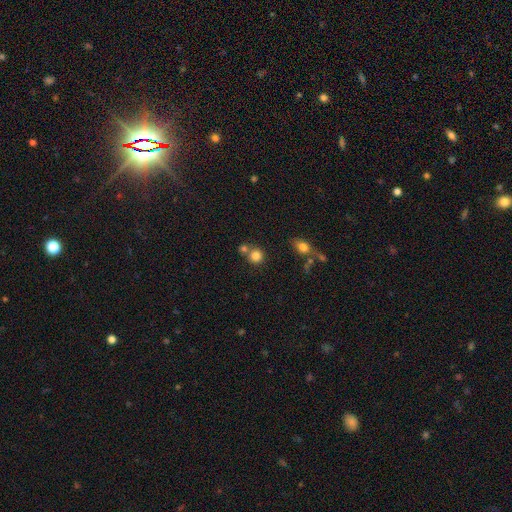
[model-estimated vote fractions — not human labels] smooth-or-featured: smooth: 81% | star or artifact: 12% | featured or disk: 7%
  how-rounded: round: 89% | in between: 10% | cigar-shaped: 1%
  merging: none: 58% | merger: 30% | minor disturbance: 8% | major disturbance: 3%